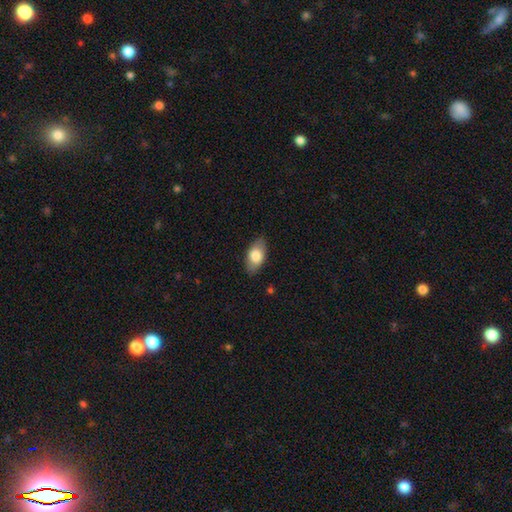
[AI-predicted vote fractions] Morphology: type=smooth (79%); roundness=in between (92%); merging=none (84%).